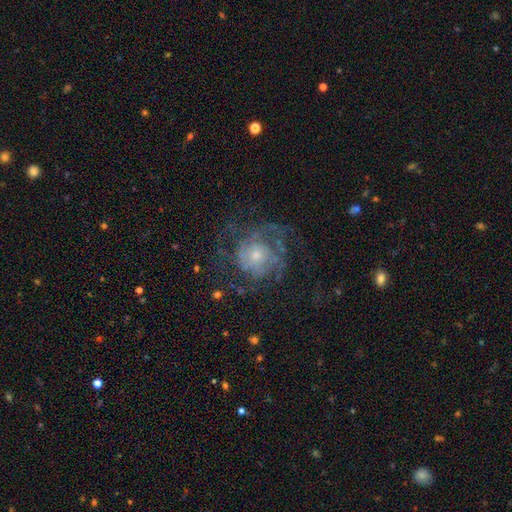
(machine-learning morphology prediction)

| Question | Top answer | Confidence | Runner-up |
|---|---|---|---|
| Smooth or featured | featured or disk | 73% | smooth (18%) |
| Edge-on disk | no | 98% | yes (2%) |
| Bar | no | 80% | weak (17%) |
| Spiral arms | yes | 82% | no (18%) |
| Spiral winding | tight | 48% | medium (36%) |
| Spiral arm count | can't tell | 42% | 2 (19%) |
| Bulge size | small | 55% | moderate (36%) |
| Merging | none | 59% | major disturbance (22%) |